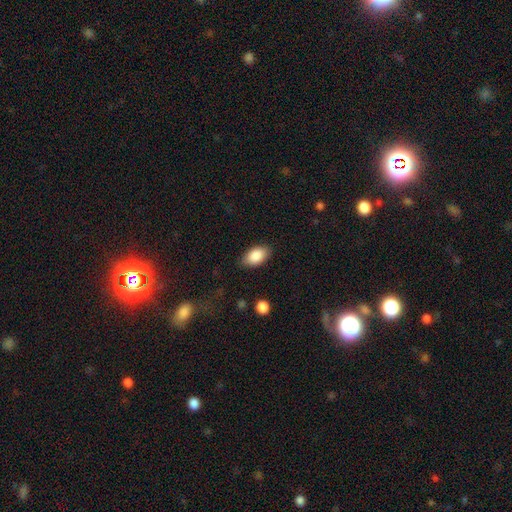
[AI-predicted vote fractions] Smooth or featured: smooth — 88% (star or artifact — 7%)
How rounded: in between — 93% (round — 5%)
Merging: none — 84% (minor disturbance — 12%)